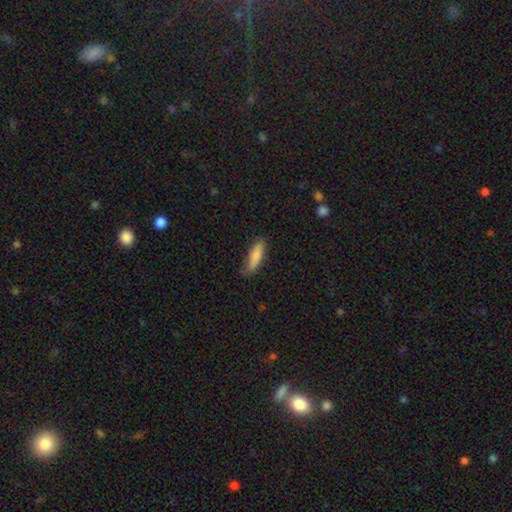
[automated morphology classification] Smooth or featured: smooth — 82% (featured or disk — 11%)
How rounded: cigar-shaped — 54% (in between — 45%)
Merging: none — 67% (minor disturbance — 26%)